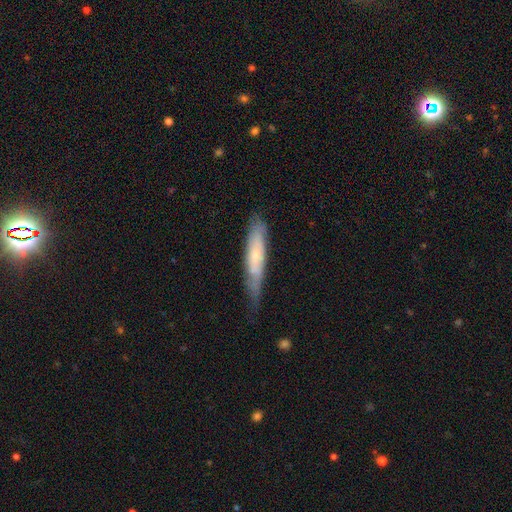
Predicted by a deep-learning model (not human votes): smooth_or_featured: smooth (p=0.48) [alt: featured or disk p=0.46]
merging: none (p=0.62) [alt: minor disturbance p=0.29]